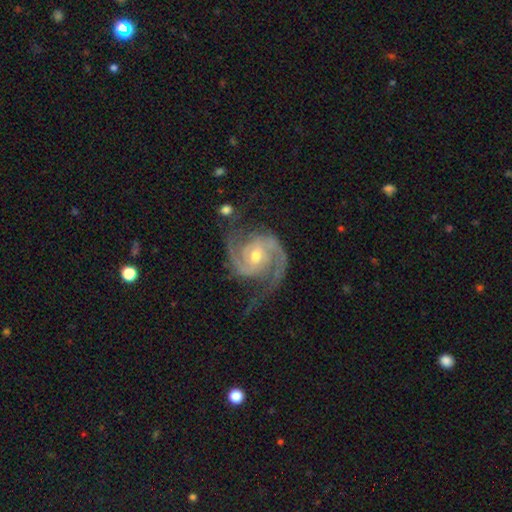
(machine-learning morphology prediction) The model was most divided on "bar": no: 47%, weak: 38%, strong: 15%. More confident: spiral arms — yes (99%); edge-on disk — no (98%); smooth or featured — featured or disk (93%); spiral arm count — 2 (86%); merging — none (70%); bulge size — moderate (55%); spiral winding — medium (54%).